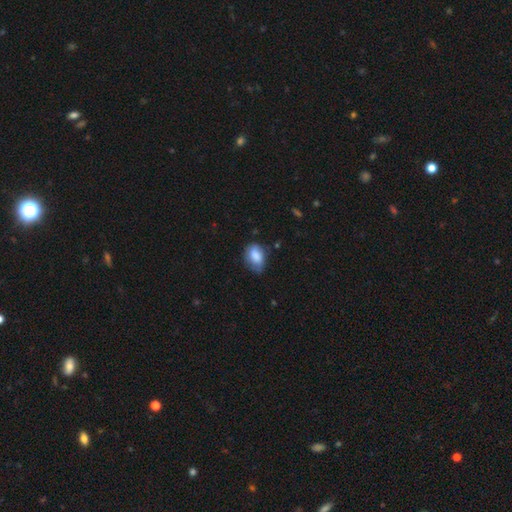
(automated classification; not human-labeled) Morphology: type=smooth (79%); roundness=in between (84%); merging=none (52%).